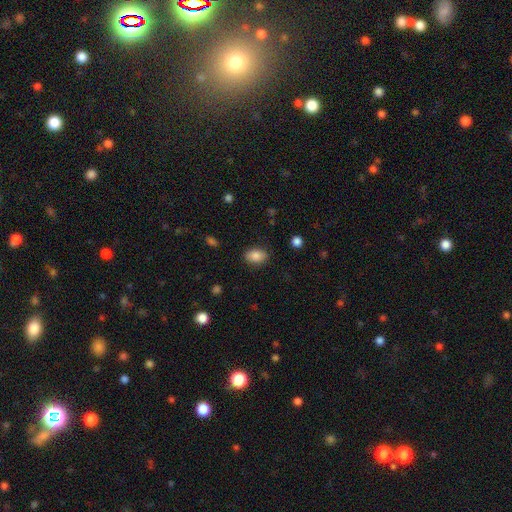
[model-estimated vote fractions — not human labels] Overall: smooth (86%). How rounded: in between (83%). Merging: none (86%).